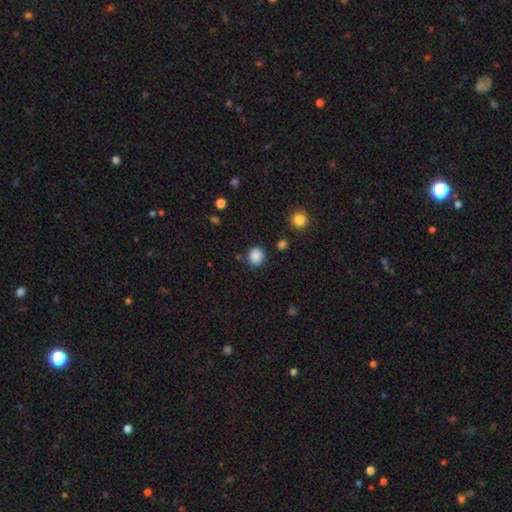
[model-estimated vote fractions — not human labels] smooth_or_featured: smooth (p=0.86) [alt: star or artifact p=0.10]
how_rounded: round (p=0.85) [alt: in between p=0.14]
merging: none (p=0.81) [alt: minor disturbance p=0.12]